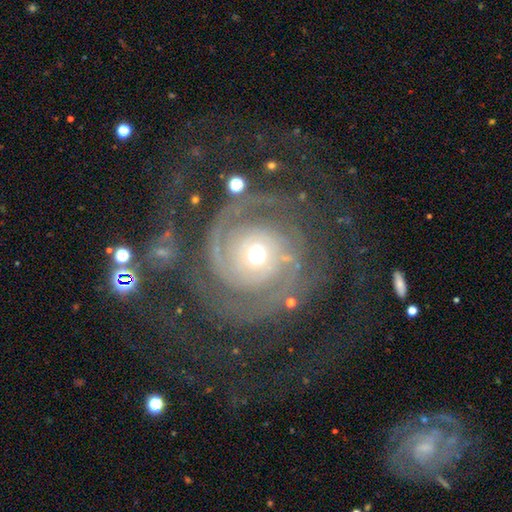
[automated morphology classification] This appears to be a featured or disk galaxy (89%) with no bar (77%), 2 (59%) tight (69%) spiral arms (98%) and a small central bulge (53%). Merging: none (65%).